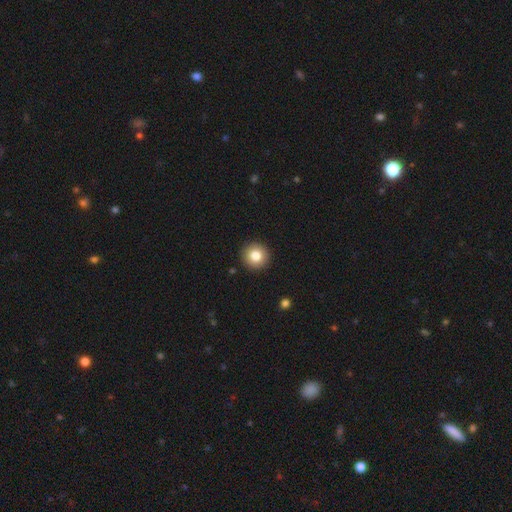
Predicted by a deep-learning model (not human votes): This appears to be a smooth galaxy with no disk features (82%) that is round (95%). Merging: none (92%).